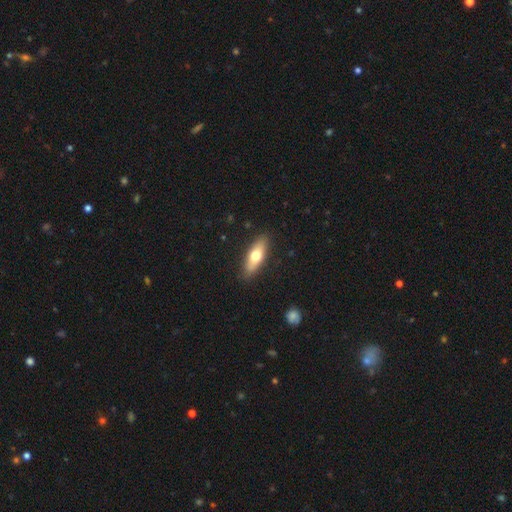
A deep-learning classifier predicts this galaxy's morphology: Smooth or featured? Predicted: smooth (p=0.64). How rounded? Predicted: in between (p=0.56). Merging? Predicted: none (p=0.88).